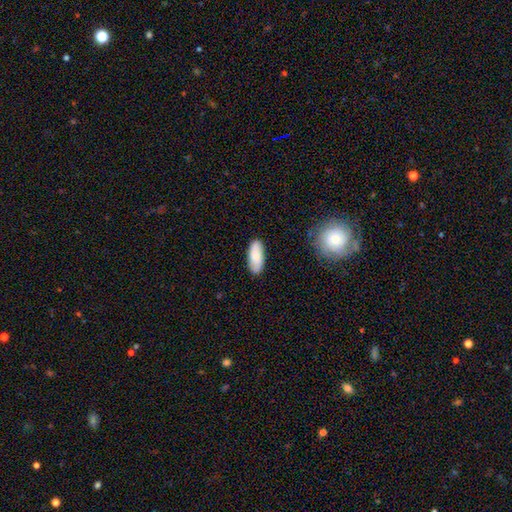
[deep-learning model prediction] Overall: smooth (83%). How rounded: in between (82%). Merging: none (88%).